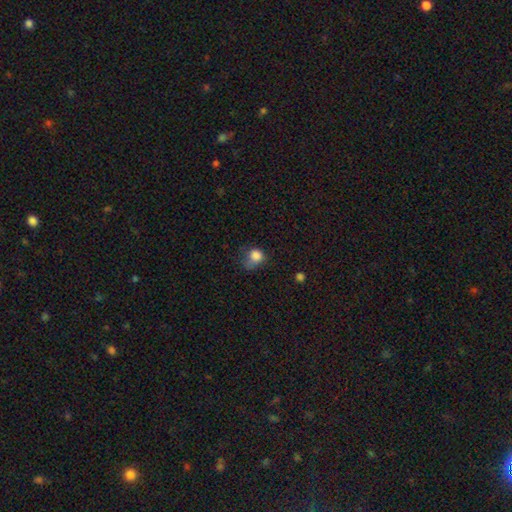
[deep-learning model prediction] This is clearly a smooth galaxy (81%). How rounded: likely round (64%). Merging: marginally minor disturbance (33%).